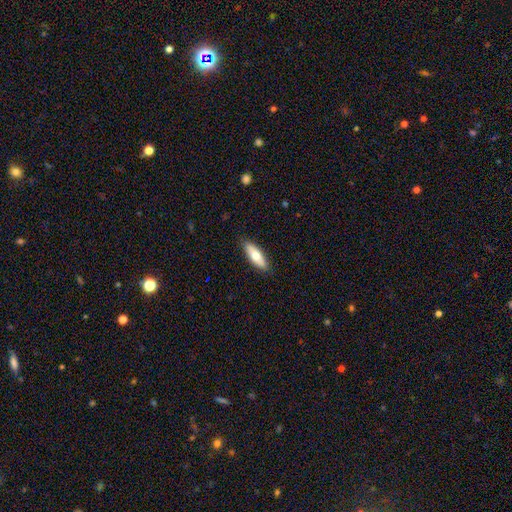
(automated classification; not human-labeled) smooth 68%, featured or disk 27%, star or artifact 6%. Down the decision tree: how rounded — in between (56%); merging — none (88%).